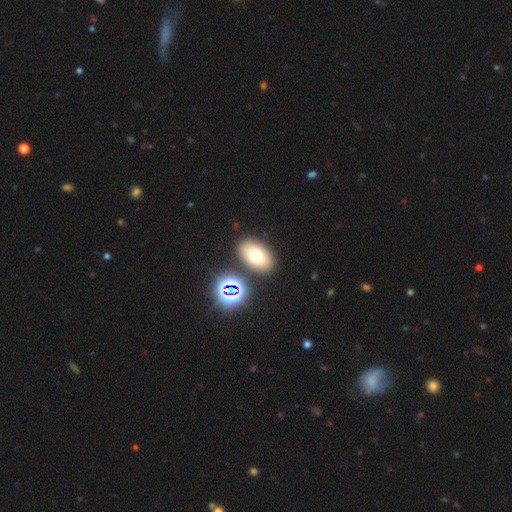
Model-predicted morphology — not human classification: This appears to be a smooth galaxy with no disk features (69%) that is in between round and cigar-shaped (87%). Merging: none (83%).